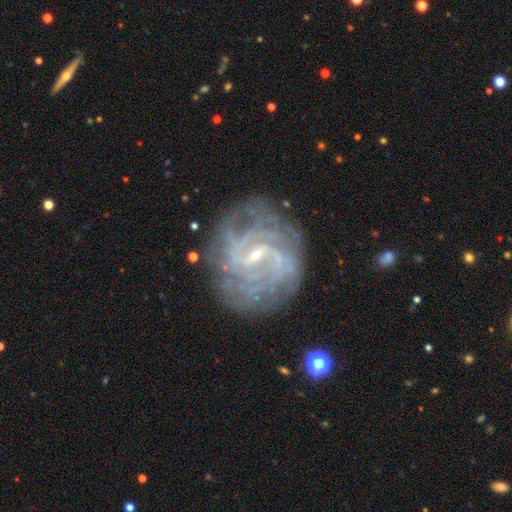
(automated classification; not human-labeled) Smooth or featured? Predicted: featured or disk (p=0.87). Edge-on disk? Predicted: no (p=0.97). Bar? Predicted: weak (p=0.51). Spiral arms? Predicted: yes (p=0.95). Spiral winding? Predicted: tight (p=0.52). Spiral arm count? Predicted: can't tell (p=0.32). Bulge size? Predicted: small (p=0.84). Merging? Predicted: none (p=0.75).